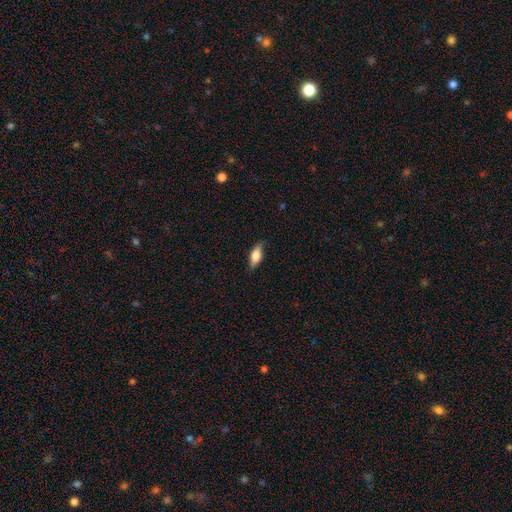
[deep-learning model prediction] Smooth or featured: smooth — 71% (featured or disk — 23%)
How rounded: in between — 77% (cigar-shaped — 20%)
Merging: none — 77% (minor disturbance — 18%)